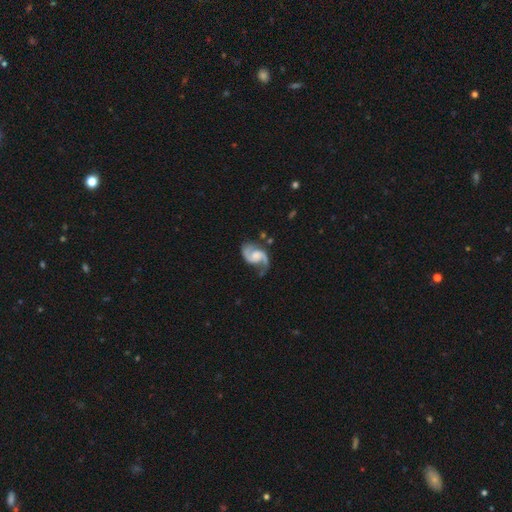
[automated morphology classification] Overall: featured or disk (90%). Edge-on disk: no (98%). Bar: no (51%; weak 39%). Spiral arms: yes (98%). Spiral arm count: 2 (92%). Spiral winding: medium (50%; loose 37%). Bulge size: moderate (33%; none 27%). Merging: none (66%).